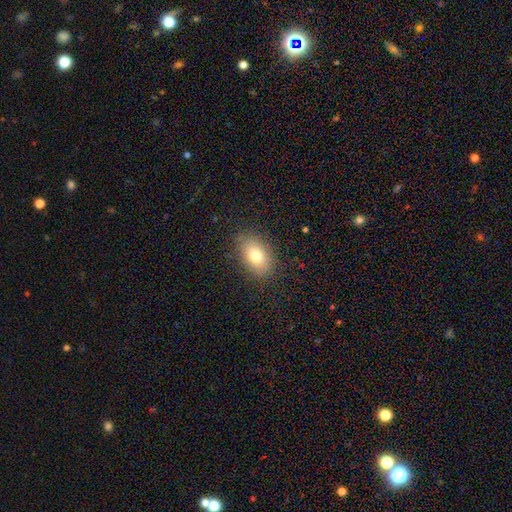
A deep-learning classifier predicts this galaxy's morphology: Smooth or featured?
  - smooth: 78% *
  - featured or disk: 13%
  - star or artifact: 9%
How rounded?
  - in between: 87% *
  - round: 12%
  - cigar-shaped: 2%
Merging?
  - none: 84% *
  - minor disturbance: 11%
  - major disturbance: 3%
  - merger: 1%